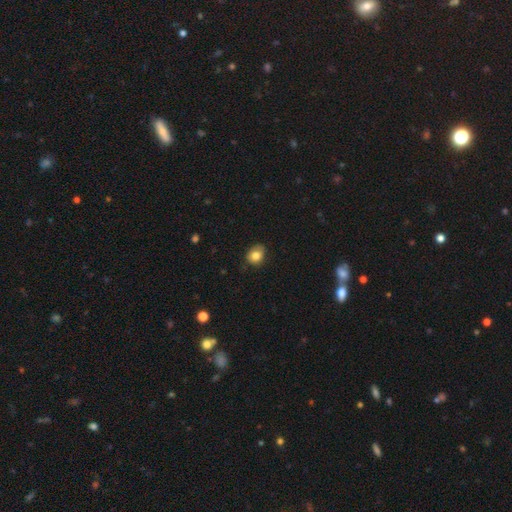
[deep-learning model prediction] smooth_or_featured: smooth (p=0.81) [alt: featured or disk p=0.10]
how_rounded: round (p=0.55) [alt: in between p=0.44]
merging: none (p=0.74) [alt: minor disturbance p=0.21]